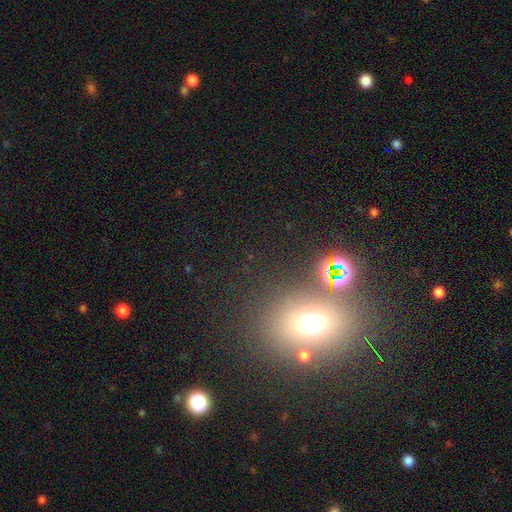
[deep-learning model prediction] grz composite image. It shows a smooth galaxy with no disk features (53%) that is in between round and cigar-shaped (58%). Merging: none (69%).